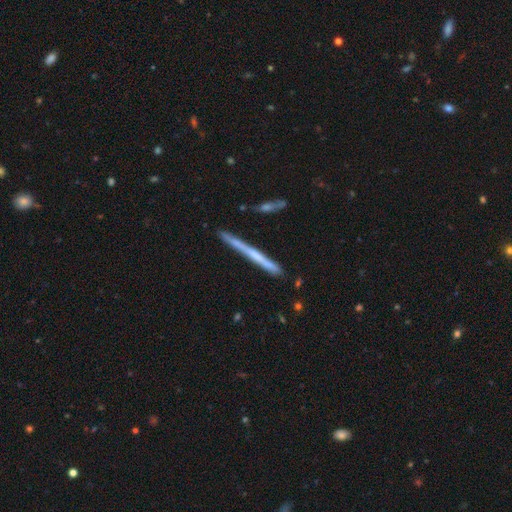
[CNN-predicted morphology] featured or disk 57%, smooth 37%, star or artifact 6%. Down the decision tree: edge-on disk — yes (96%); edge-on bulge — none (75%); merging — none (85%).